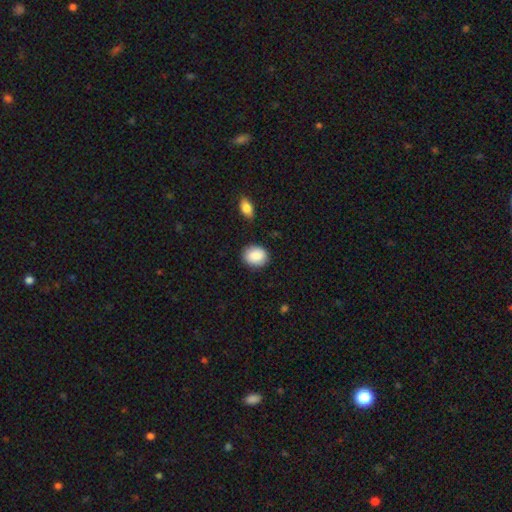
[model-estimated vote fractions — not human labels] Smooth or featured? smooth (87%)
How rounded? round (51%)
Merging? none (84%)